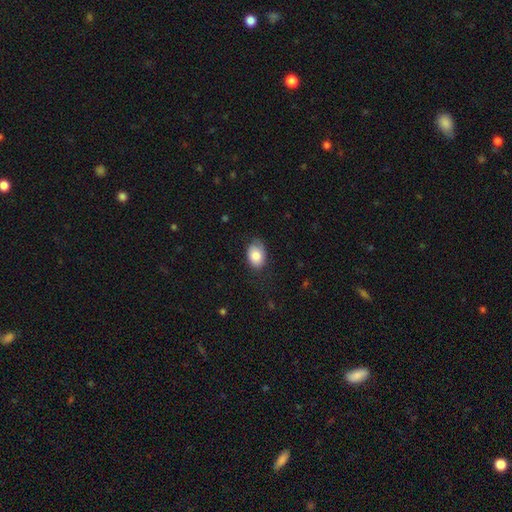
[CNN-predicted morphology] Smooth or featured?
  - smooth: 82% *
  - featured or disk: 11%
  - star or artifact: 7%
How rounded?
  - in between: 80% *
  - round: 19%
  - cigar-shaped: 1%
Merging?
  - none: 67% *
  - minor disturbance: 25%
  - major disturbance: 7%
  - merger: 1%